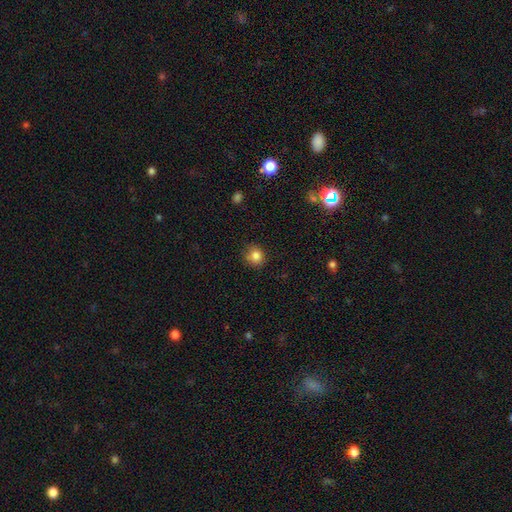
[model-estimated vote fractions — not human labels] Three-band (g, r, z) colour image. It shows a smooth galaxy with no disk features (83%) that is round (84%). Merging: none (80%).